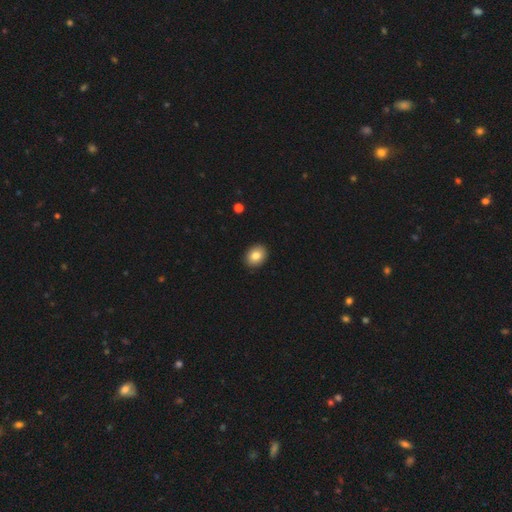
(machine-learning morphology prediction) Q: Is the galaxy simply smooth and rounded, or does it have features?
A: smooth — 83%.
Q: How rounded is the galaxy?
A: in between — 54%.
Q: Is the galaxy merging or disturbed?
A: none — 91%.